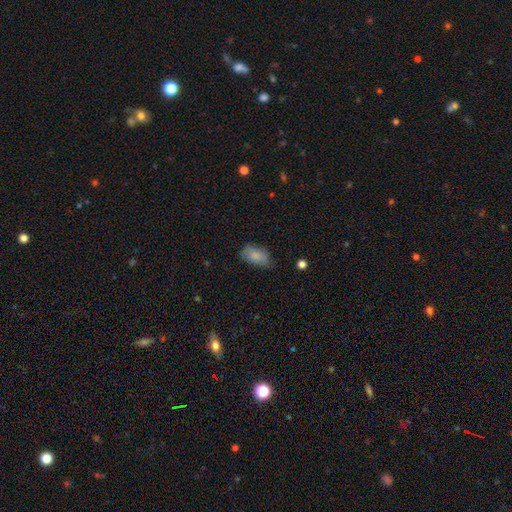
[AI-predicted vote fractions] smooth_or_featured: smooth (p=0.84) [alt: featured or disk p=0.09]
how_rounded: in between (p=0.92) [alt: round p=0.05]
merging: none (p=0.62) [alt: minor disturbance p=0.30]